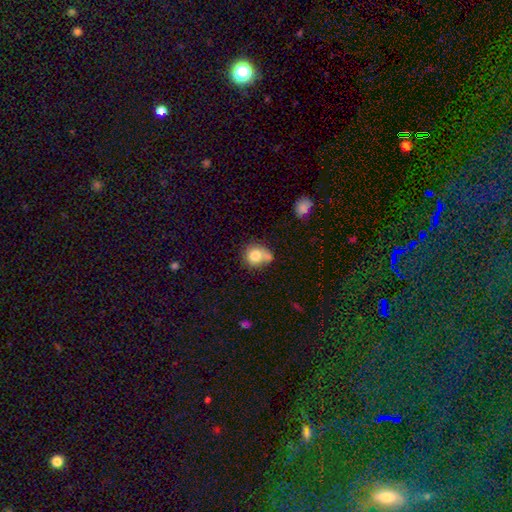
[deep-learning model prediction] smooth 78%, featured or disk 13%, star or artifact 9%. Down the decision tree: how rounded — round (80%); merging — none (43%).